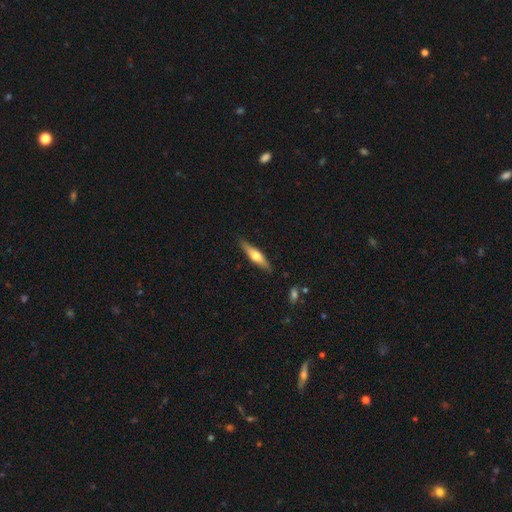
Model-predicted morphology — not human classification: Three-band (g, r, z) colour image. It shows a featured or disk galaxy (54%) viewed edge-on (94%) with a rounded central bulge (91%). Merging: none (87%).